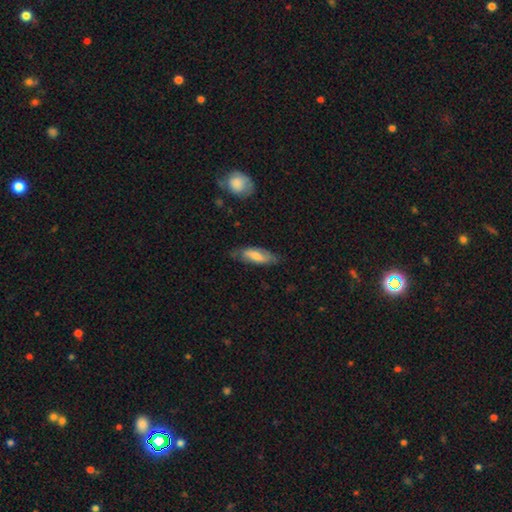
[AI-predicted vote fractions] Smooth or featured? Predicted: smooth (p=0.60). How rounded? Predicted: in between (p=0.63). Merging? Predicted: none (p=0.71).